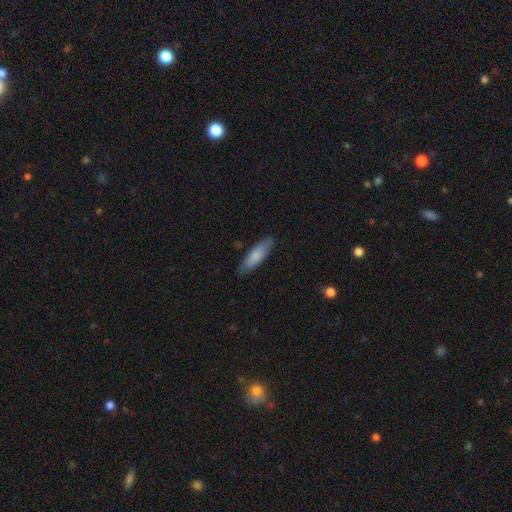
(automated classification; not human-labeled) Smooth or featured? Predicted: smooth (p=0.80). How rounded? Predicted: cigar-shaped (p=0.54). Merging? Predicted: none (p=0.84).